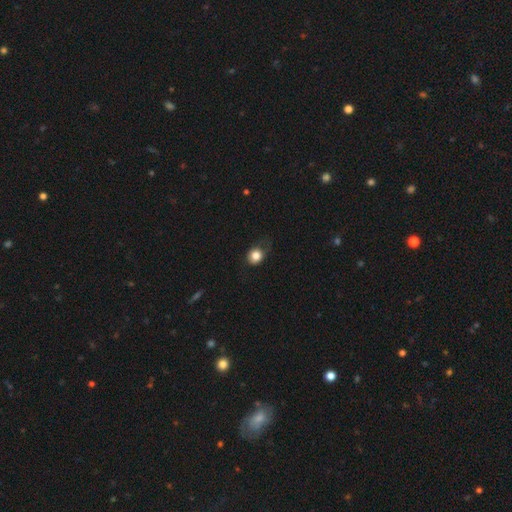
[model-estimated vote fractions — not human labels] Smooth or featured?
  - smooth: 81% *
  - star or artifact: 10%
  - featured or disk: 8%
How rounded?
  - round: 73% *
  - in between: 26%
  - cigar-shaped: 1%
Merging?
  - none: 56% *
  - minor disturbance: 28%
  - major disturbance: 14%
  - merger: 2%